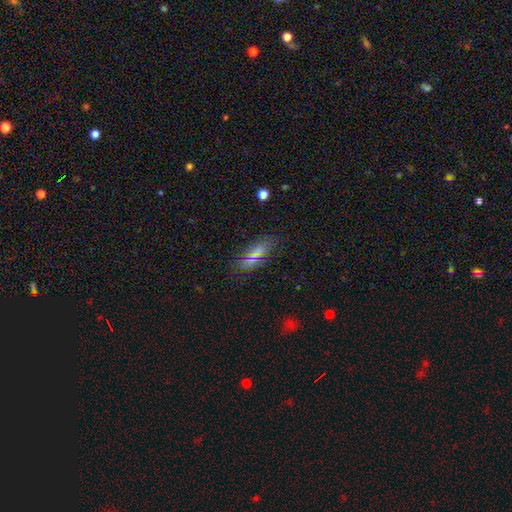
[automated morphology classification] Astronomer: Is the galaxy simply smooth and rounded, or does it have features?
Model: smooth — 56%.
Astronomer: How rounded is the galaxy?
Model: cigar-shaped — 47% (runner-up: in between, 46%).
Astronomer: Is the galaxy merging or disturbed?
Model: none — 67%.